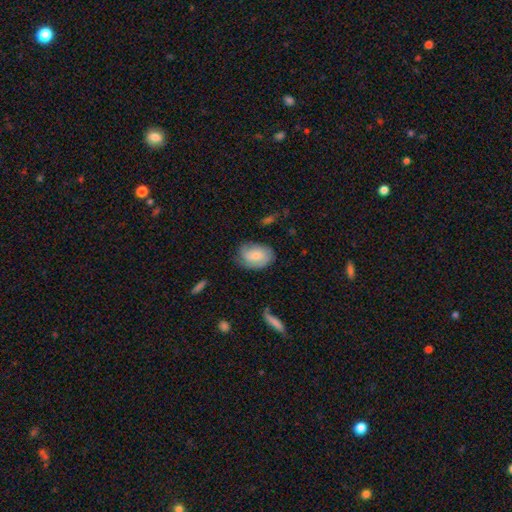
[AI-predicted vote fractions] smooth_or_featured: smooth (p=0.51) [alt: featured or disk p=0.41]
how_rounded: in between (p=0.81) [alt: round p=0.18]
merging: none (p=0.68) [alt: minor disturbance p=0.23]